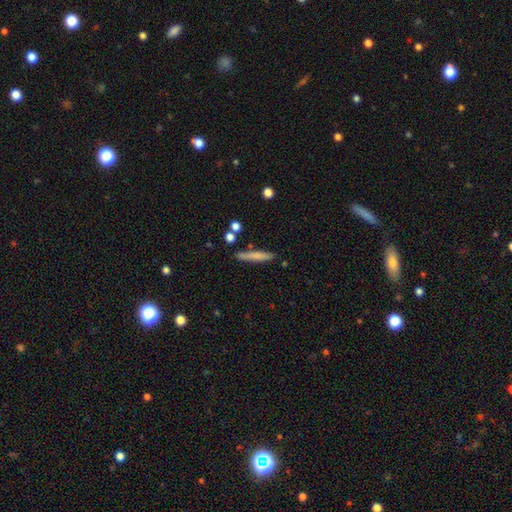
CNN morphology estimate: smooth 71%, featured or disk 22%, star or artifact 7%. Down the decision tree: how rounded — cigar-shaped (92%); merging — none (82%).